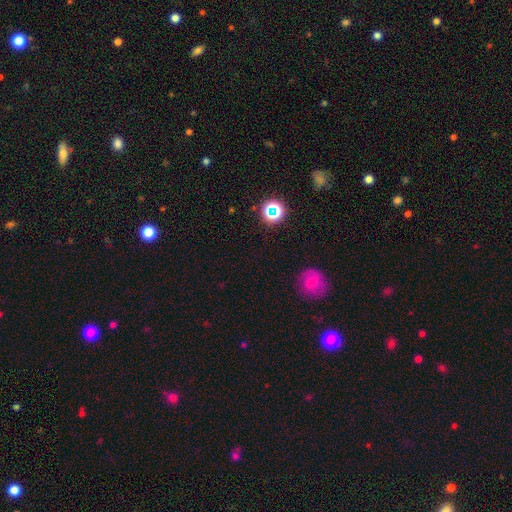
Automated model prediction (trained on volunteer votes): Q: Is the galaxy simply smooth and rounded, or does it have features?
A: star or artifact — 48%.